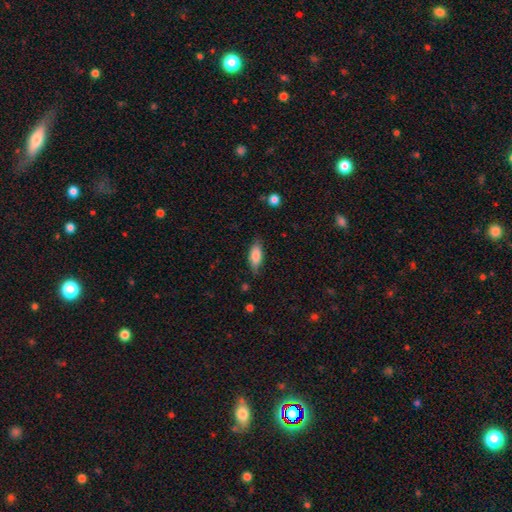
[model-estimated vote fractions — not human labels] Smooth or featured? smooth (82%)
How rounded? in between (80%)
Merging? none (77%)